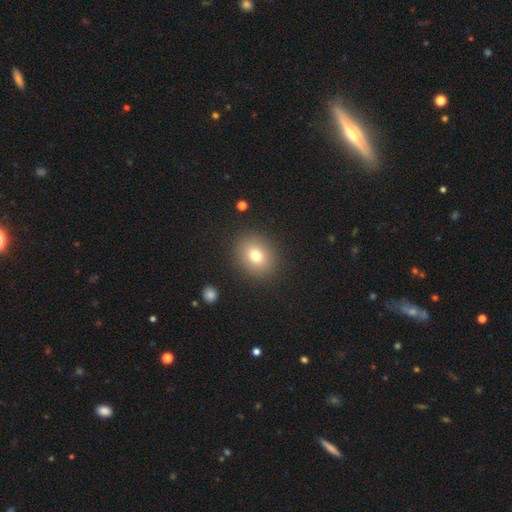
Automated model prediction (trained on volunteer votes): Overall: smooth (77%). How rounded: round (57%; in between 42%). Merging: none (88%).